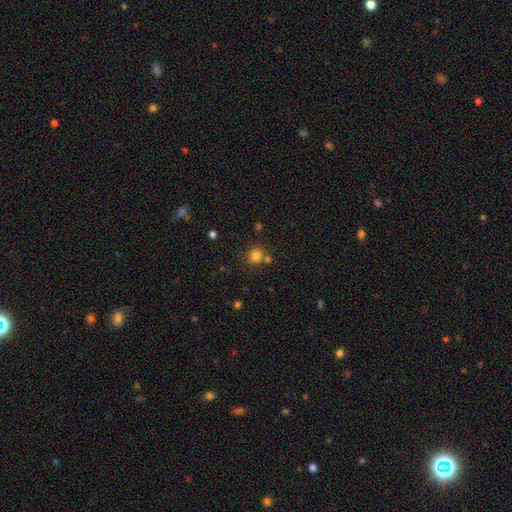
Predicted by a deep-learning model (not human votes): A smooth galaxy with no disk features (81%) that is round (85%).

Vote fractions:
- Smooth or featured? smooth: 81% / star or artifact: 14% / featured or disk: 5%
- How rounded? round: 85% / in between: 14% / cigar-shaped: 1%
- Merging? none: 71% / merger: 16% / minor disturbance: 10% / major disturbance: 4%